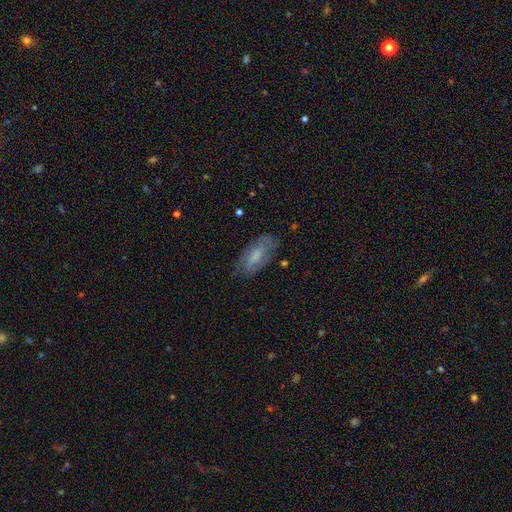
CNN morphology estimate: The model was most divided on "smooth or featured": smooth: 47%, featured or disk: 46%, star or artifact: 7%. More confident: merging — none (70%).